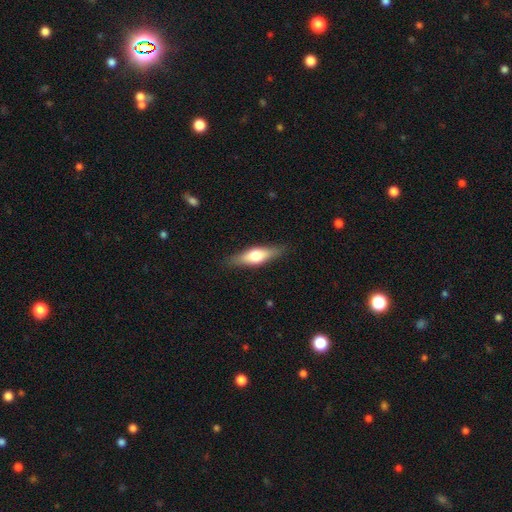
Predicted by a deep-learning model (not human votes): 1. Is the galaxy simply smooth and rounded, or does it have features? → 50% smooth, 44% featured or disk, 6% star or artifact.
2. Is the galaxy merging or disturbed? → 85% none, 11% minor disturbance, 2% major disturbance, 1% merger.